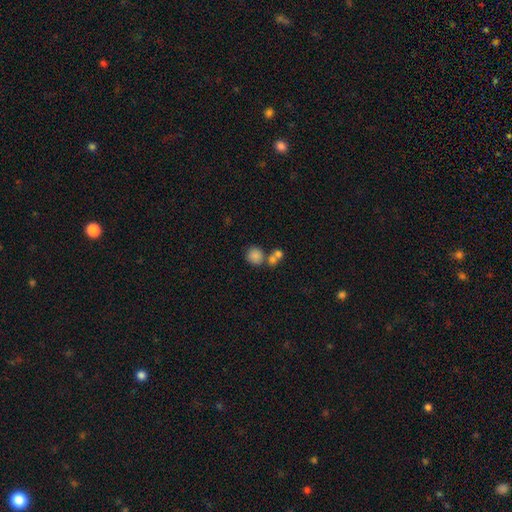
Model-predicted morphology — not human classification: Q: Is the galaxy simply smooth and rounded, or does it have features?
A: smooth — 81%.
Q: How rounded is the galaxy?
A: round — 86%.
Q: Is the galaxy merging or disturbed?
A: none — 51%.